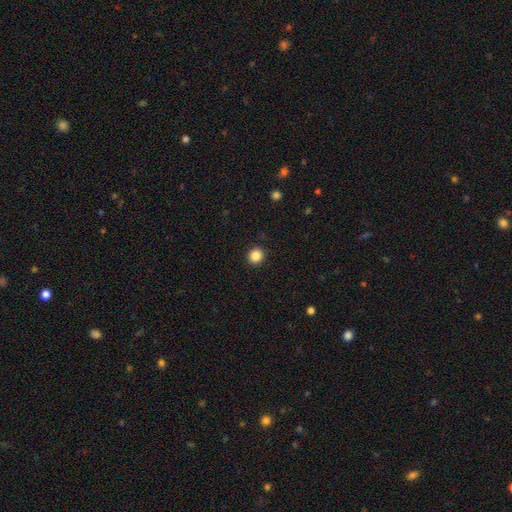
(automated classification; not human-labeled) Smooth or featured?
  - smooth: 86% *
  - star or artifact: 10%
  - featured or disk: 3%
How rounded?
  - round: 93% *
  - in between: 7%
  - cigar-shaped: 1%
Merging?
  - none: 93% *
  - minor disturbance: 5%
  - major disturbance: 2%
  - merger: 1%